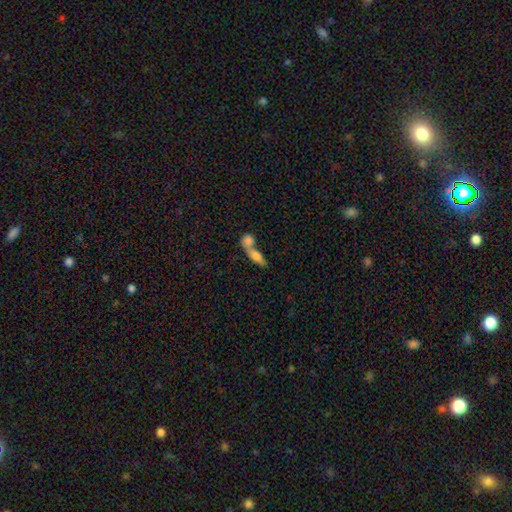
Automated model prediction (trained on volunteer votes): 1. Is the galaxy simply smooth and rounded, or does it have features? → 64% smooth, 28% featured or disk, 8% star or artifact.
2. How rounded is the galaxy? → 50% in between, 41% cigar-shaped, 9% round.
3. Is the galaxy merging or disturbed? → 62% merger, 27% none, 7% minor disturbance, 4% major disturbance.